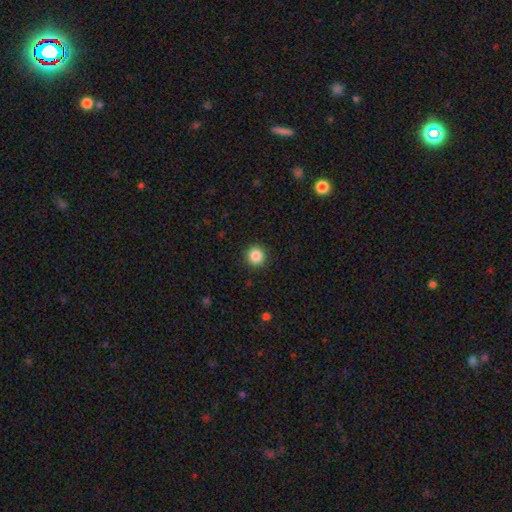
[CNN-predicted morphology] A smooth galaxy with no disk features (86%) that is round (94%).

Vote fractions:
- Smooth or featured? smooth: 86% / star or artifact: 10% / featured or disk: 4%
- How rounded? round: 94% / in between: 5% / cigar-shaped: 1%
- Merging? none: 92% / minor disturbance: 5% / major disturbance: 2% / merger: 1%